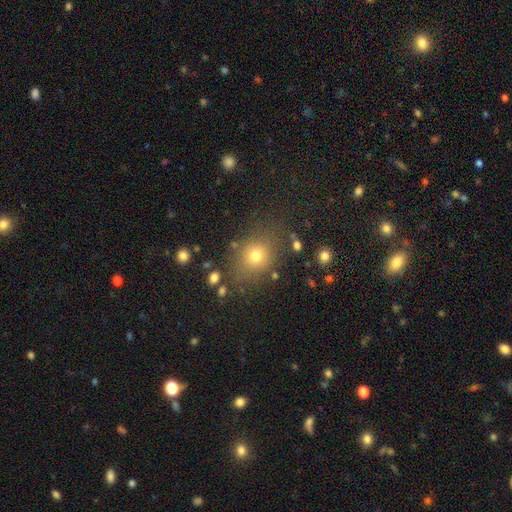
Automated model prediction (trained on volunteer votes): Smooth or featured? smooth (72%)
How rounded? round (62%)
Merging? none (76%)